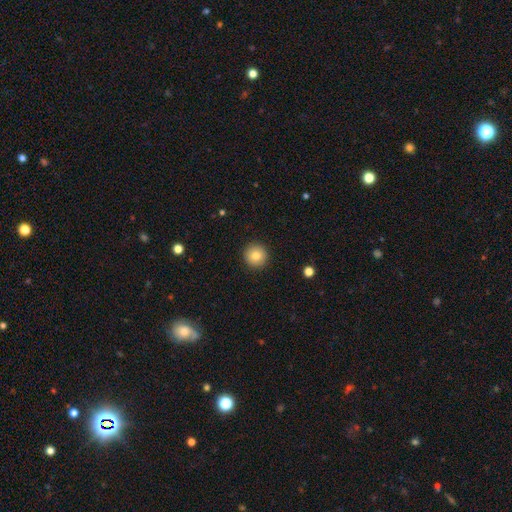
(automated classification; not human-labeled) The model was most divided on "smooth or featured": smooth: 83%, star or artifact: 9%, featured or disk: 8%. More confident: how rounded — round (95%); merging — none (92%).